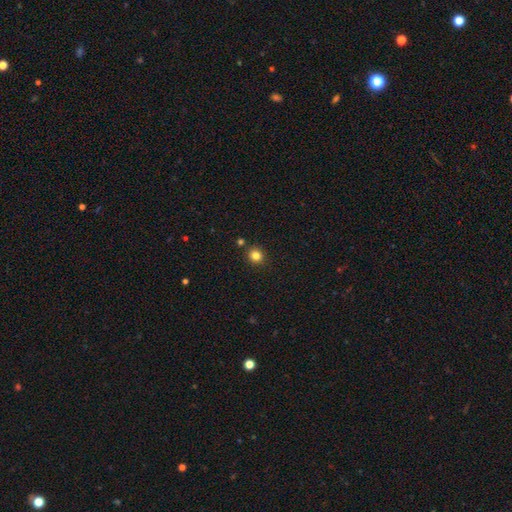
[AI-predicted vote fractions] Smooth or featured: smooth — 82% (star or artifact — 13%)
How rounded: round — 87% (in between — 12%)
Merging: none — 88% (minor disturbance — 6%)